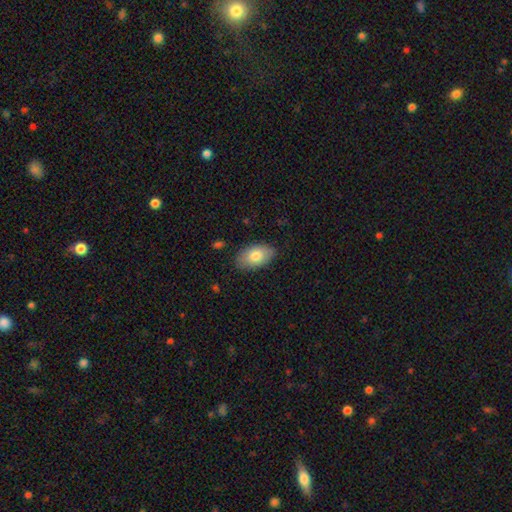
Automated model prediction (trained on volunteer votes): Q: Smooth or featured?
A: smooth (80%); runner-up: featured or disk (14%)
Q: How rounded?
A: in between (94%); runner-up: round (5%)
Q: Merging?
A: none (84%); runner-up: minor disturbance (12%)